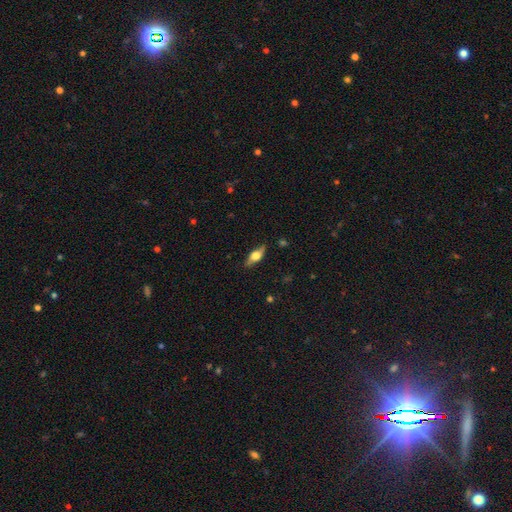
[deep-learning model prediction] Q: Smooth or featured?
A: featured or disk (47%); runner-up: smooth (46%)
Q: Merging?
A: none (82%); runner-up: minor disturbance (14%)